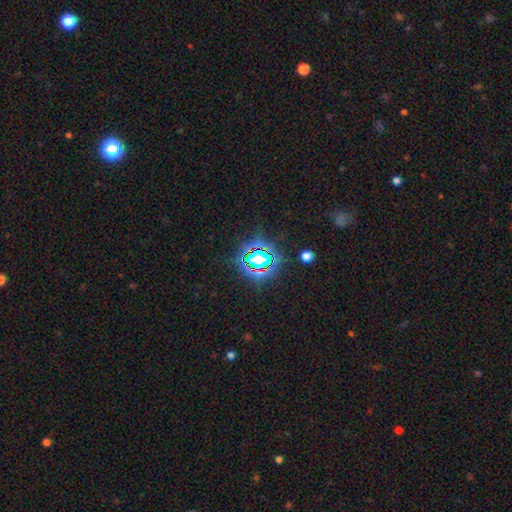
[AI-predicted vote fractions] A star or artifact, not a galaxy (82%).

Vote fractions:
- Smooth or featured? star or artifact: 82% / smooth: 11% / featured or disk: 7%